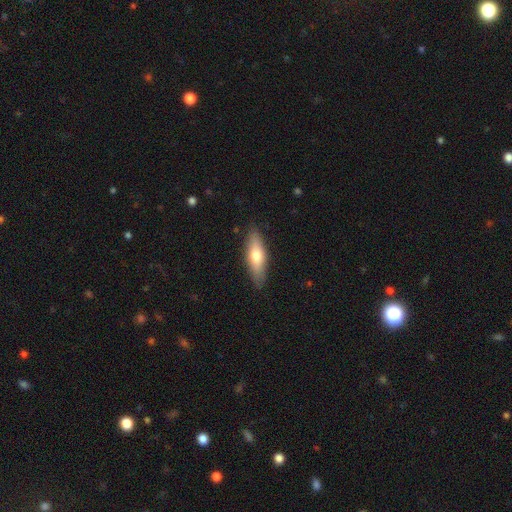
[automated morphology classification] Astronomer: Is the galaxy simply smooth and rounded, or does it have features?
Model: smooth — 65%.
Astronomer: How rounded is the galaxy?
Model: in between — 49% (runner-up: cigar-shaped, 48%).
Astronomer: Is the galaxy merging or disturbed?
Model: none — 85%.